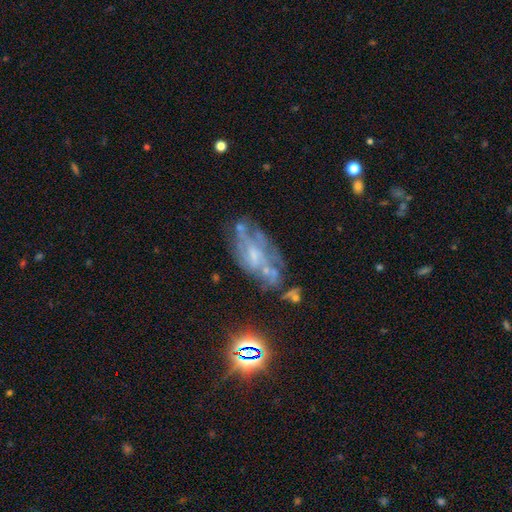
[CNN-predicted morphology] A featured or disk galaxy (65%) with no bar (66%), no spiral arms (50%, tied with yes) and a small central bulge (46%).

Vote fractions:
- Smooth or featured? featured or disk: 65% / smooth: 19% / star or artifact: 17%
- Edge-on disk? no: 93% / yes: 7%
- Bar? no: 66% / weak: 27% / strong: 7%
- Spiral arms? no: 50% (tied) / yes: 50% (tied)
- Bulge size? small: 46% / moderate: 28% / none: 23% / large: 3% / dominant: 1%
- Merging? none: 50% / minor disturbance: 23% / major disturbance: 18% / merger: 9%